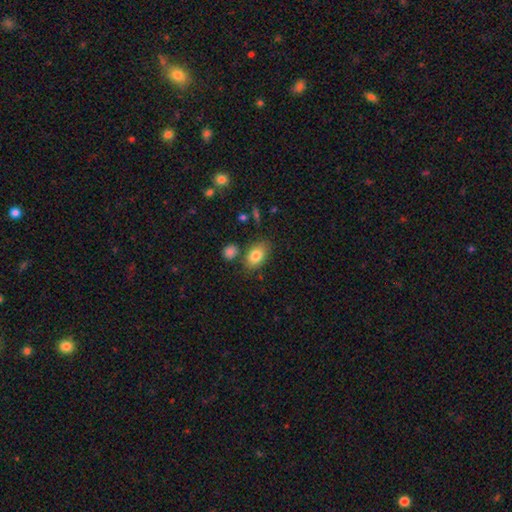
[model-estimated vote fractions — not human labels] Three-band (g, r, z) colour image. It shows a smooth galaxy with no disk features (82%) that is in between round and cigar-shaped (87%). Merging: none (75%).